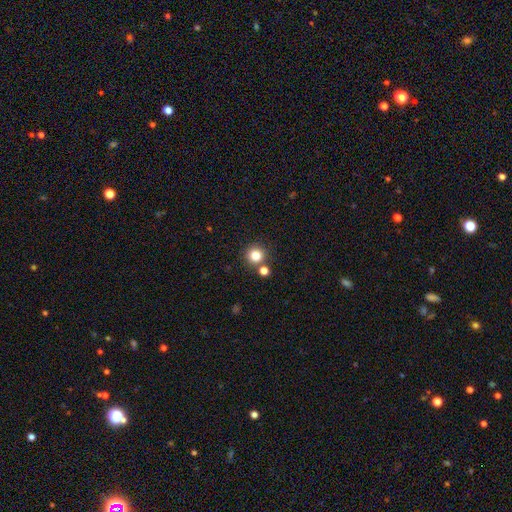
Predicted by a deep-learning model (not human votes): Smooth or featured? smooth (81%)
How rounded? round (95%)
Merging? none (79%)